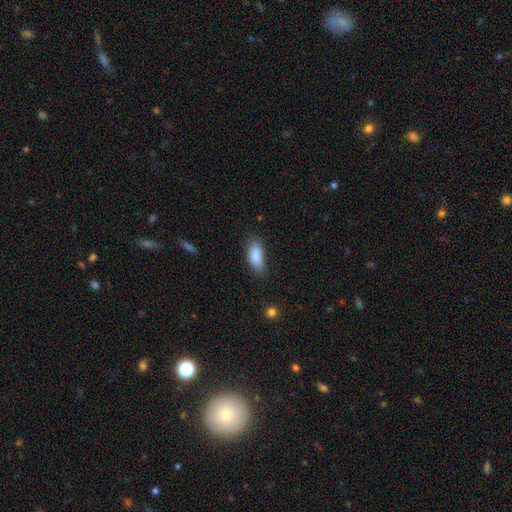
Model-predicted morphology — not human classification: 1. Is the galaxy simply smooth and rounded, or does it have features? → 87% smooth, 7% star or artifact, 6% featured or disk.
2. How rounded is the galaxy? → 83% in between, 15% cigar-shaped, 2% round.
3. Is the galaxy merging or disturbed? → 69% none, 24% minor disturbance, 5% major disturbance, 2% merger.